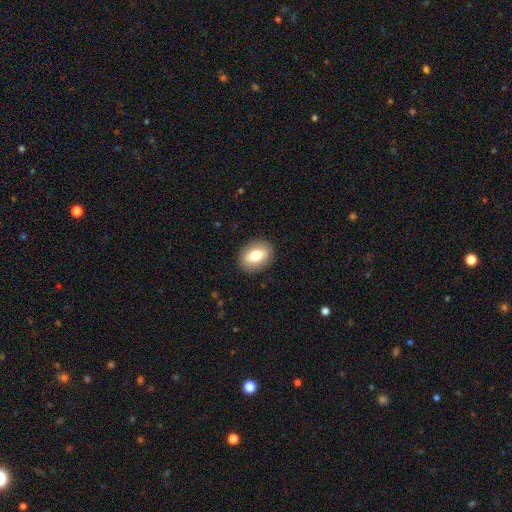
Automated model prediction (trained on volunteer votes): Smooth or featured: smooth — 74% (featured or disk — 18%)
How rounded: in between — 73% (round — 25%)
Merging: none — 89% (minor disturbance — 8%)